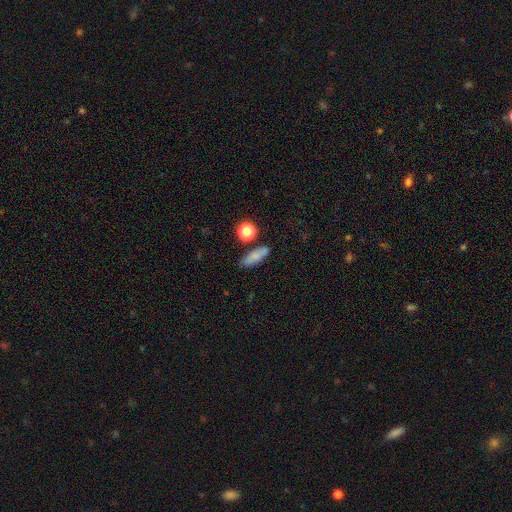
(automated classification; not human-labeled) Overall: smooth (76%). How rounded: in between (55%; cigar-shaped 36%). Merging: none (74%).